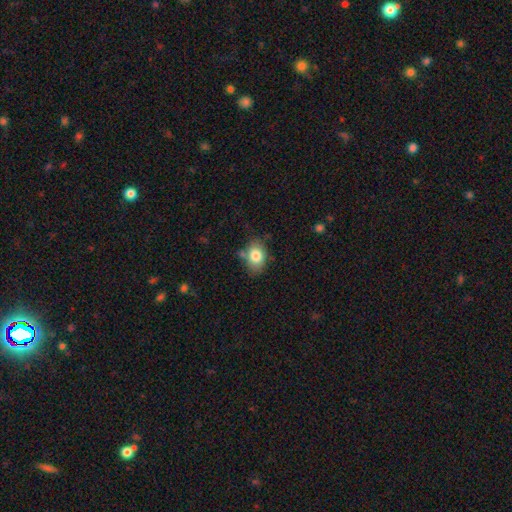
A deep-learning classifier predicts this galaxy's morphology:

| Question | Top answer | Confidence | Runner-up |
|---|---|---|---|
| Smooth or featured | smooth | 81% | featured or disk (11%) |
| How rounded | in between | 68% | round (31%) |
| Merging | none | 67% | minor disturbance (21%) |